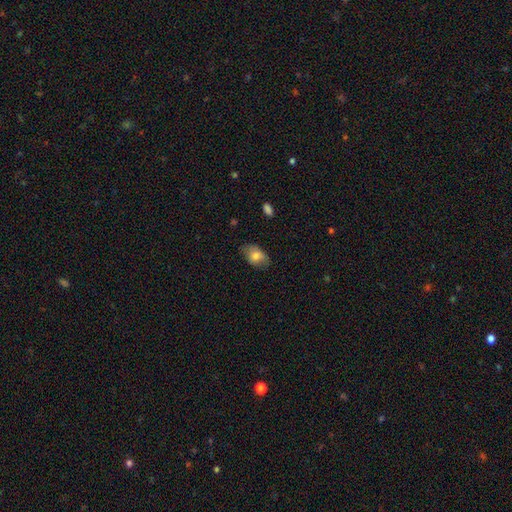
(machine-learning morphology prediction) A smooth galaxy with no disk features (77%) that is in between round and cigar-shaped (87%).

Vote fractions:
- Smooth or featured? smooth: 77% / featured or disk: 16% / star or artifact: 7%
- How rounded? in between: 87% / round: 11% / cigar-shaped: 2%
- Merging? none: 72% / minor disturbance: 21% / major disturbance: 5% / merger: 1%